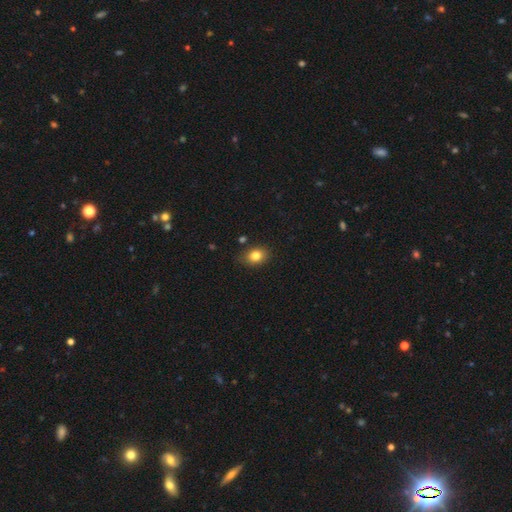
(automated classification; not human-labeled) Smooth or featured? Predicted: smooth (p=0.81). How rounded? Predicted: in between (p=0.60). Merging? Predicted: none (p=0.80).